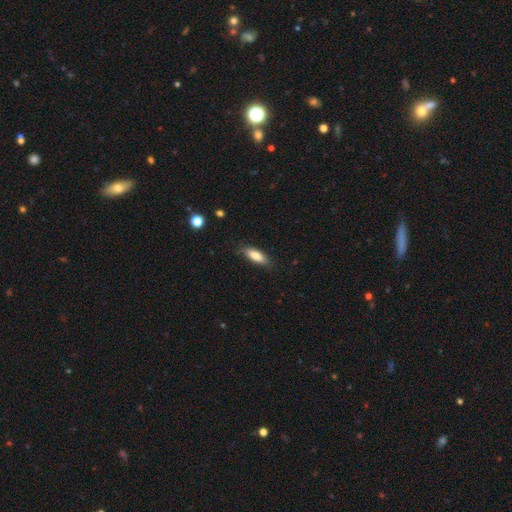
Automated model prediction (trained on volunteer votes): smooth_or_featured: smooth (p=0.80) [alt: featured or disk p=0.13]
how_rounded: in between (p=0.64) [alt: cigar-shaped p=0.34]
merging: none (p=0.81) [alt: minor disturbance p=0.15]